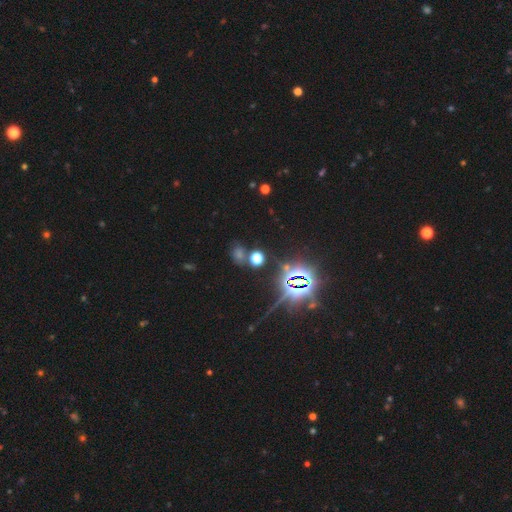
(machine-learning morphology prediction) This appears to be a star or artifact, not a galaxy (83%).